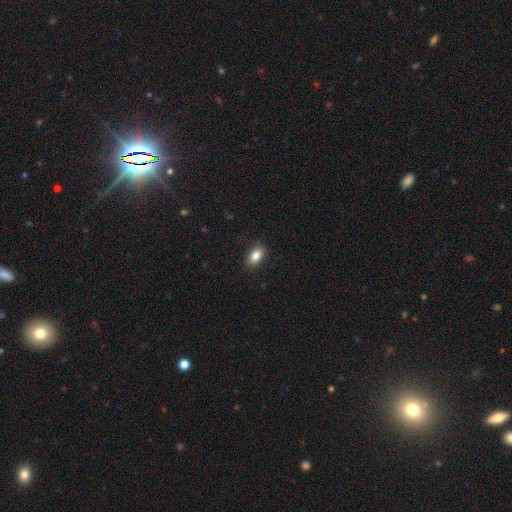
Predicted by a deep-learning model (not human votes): A smooth galaxy with no disk features (85%) that is in between round and cigar-shaped (89%).

Vote fractions:
- Smooth or featured? smooth: 85% / star or artifact: 8% / featured or disk: 7%
- How rounded? in between: 89% / round: 8% / cigar-shaped: 3%
- Merging? none: 87% / minor disturbance: 10% / major disturbance: 2% / merger: 1%